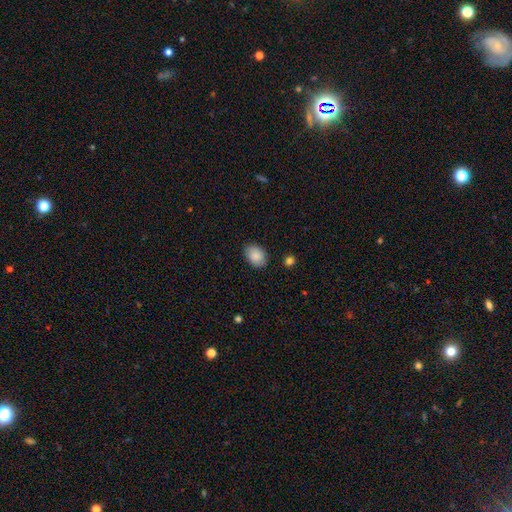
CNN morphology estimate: smooth-or-featured: smooth: 88% | star or artifact: 7% | featured or disk: 5%
  how-rounded: in between: 77% | round: 22% | cigar-shaped: 1%
  merging: none: 85% | minor disturbance: 11% | major disturbance: 3% | merger: 1%